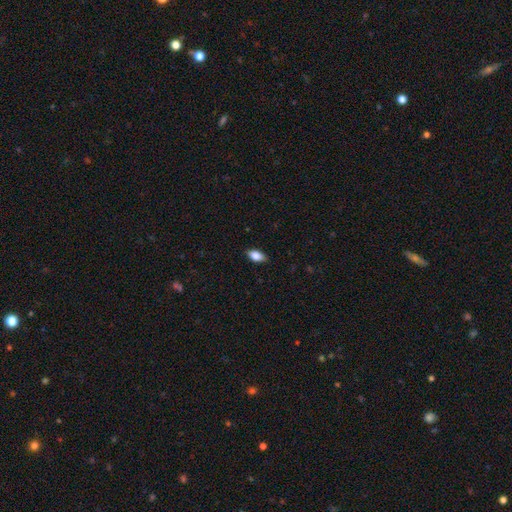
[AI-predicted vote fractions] Smooth or featured? Predicted: smooth (p=0.81). How rounded? Predicted: in between (p=0.89). Merging? Predicted: none (p=0.87).